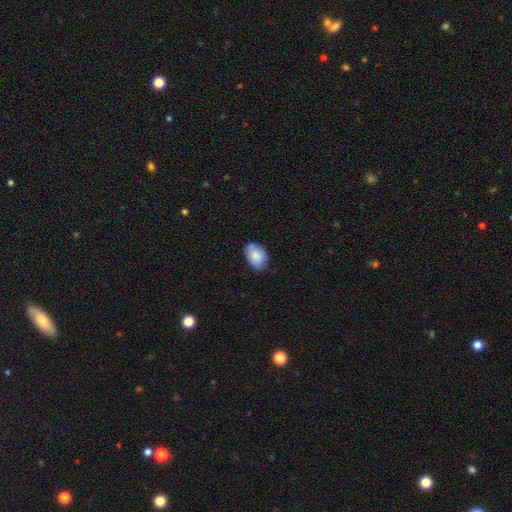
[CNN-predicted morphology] smooth-or-featured: smooth: 82% | featured or disk: 12% | star or artifact: 7%
  how-rounded: in between: 86% | round: 13% | cigar-shaped: 1%
  merging: none: 72% | minor disturbance: 23% | major disturbance: 3% | merger: 2%